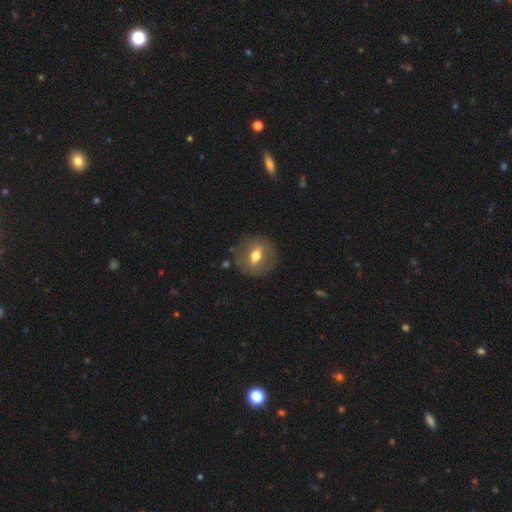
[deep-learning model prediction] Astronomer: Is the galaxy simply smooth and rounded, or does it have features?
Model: featured or disk — 47% (runner-up: smooth, 45%).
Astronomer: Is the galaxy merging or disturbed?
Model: none — 81%.